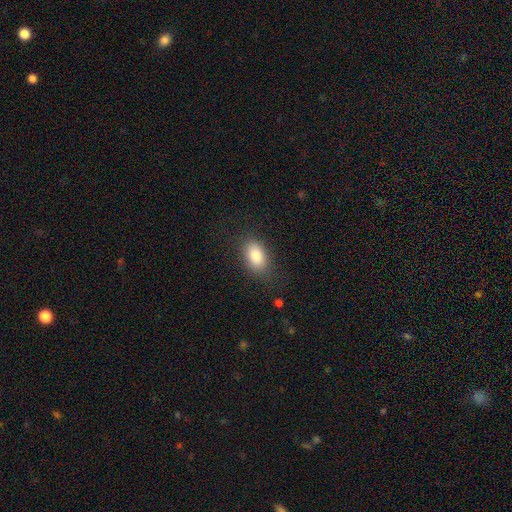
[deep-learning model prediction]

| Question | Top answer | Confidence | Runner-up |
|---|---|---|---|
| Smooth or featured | smooth | 85% | star or artifact (8%) |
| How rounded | in between | 89% | round (8%) |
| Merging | none | 80% | minor disturbance (14%) |